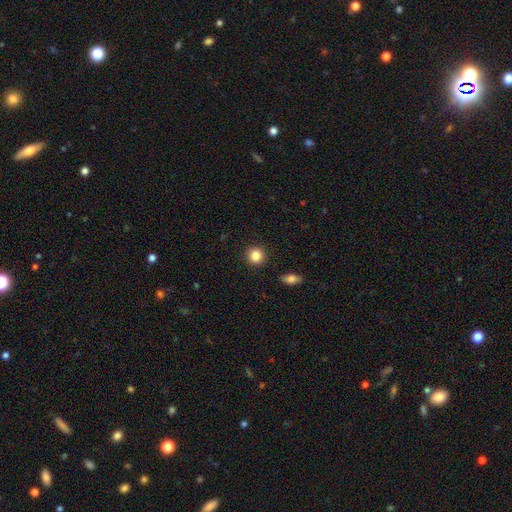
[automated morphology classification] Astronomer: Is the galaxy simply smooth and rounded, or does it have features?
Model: smooth — 85%.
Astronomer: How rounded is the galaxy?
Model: round — 92%.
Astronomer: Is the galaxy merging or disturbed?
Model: none — 92%.